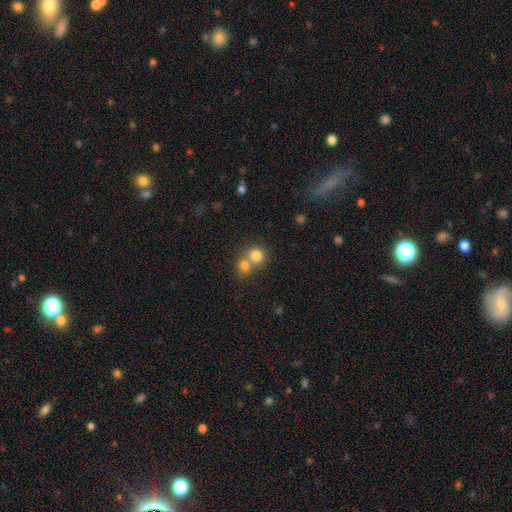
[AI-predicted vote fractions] This appears to be a smooth galaxy with no disk features (80%) that is round (82%). Merging: merger (51%).